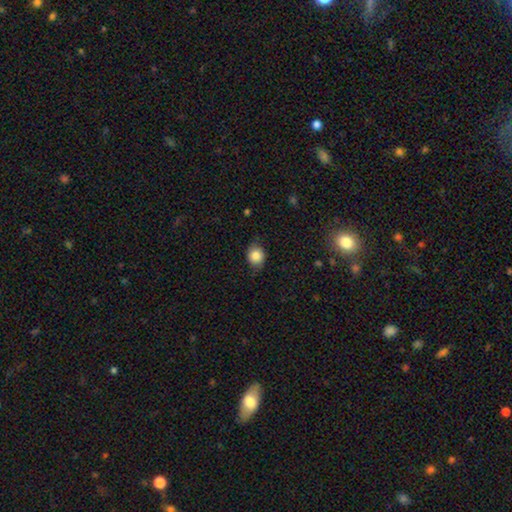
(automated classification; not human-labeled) Smooth or featured? Predicted: smooth (p=0.81). How rounded? Predicted: round (p=0.61). Merging? Predicted: none (p=0.74).